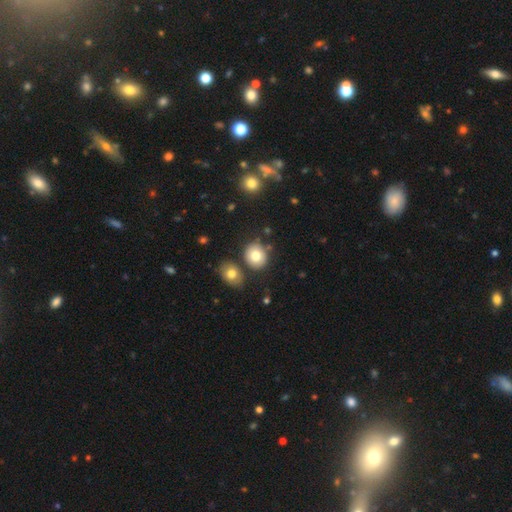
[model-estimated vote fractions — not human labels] smooth_or_featured: smooth (p=0.79) [alt: featured or disk p=0.11]
how_rounded: round (p=0.67) [alt: in between p=0.32]
merging: none (p=0.72) [alt: merger p=0.12]